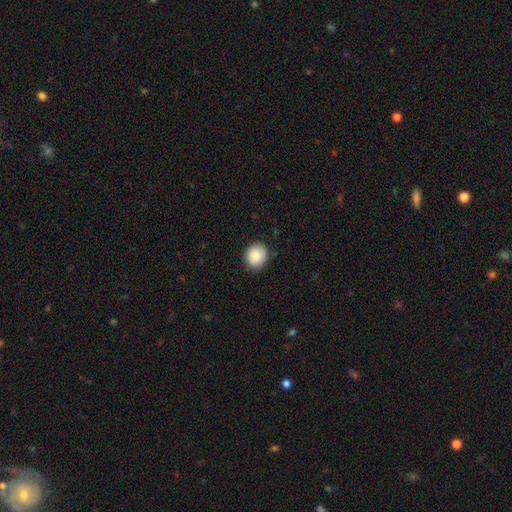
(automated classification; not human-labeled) This is clearly a smooth galaxy (87%). How rounded: likely round (66%). Merging: clearly none (85%).